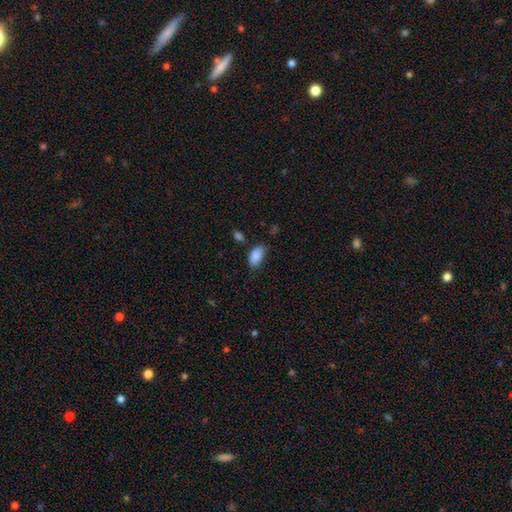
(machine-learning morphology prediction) This appears to be a smooth galaxy with no disk features (87%) that is in between round and cigar-shaped (93%). Merging: none (57%).